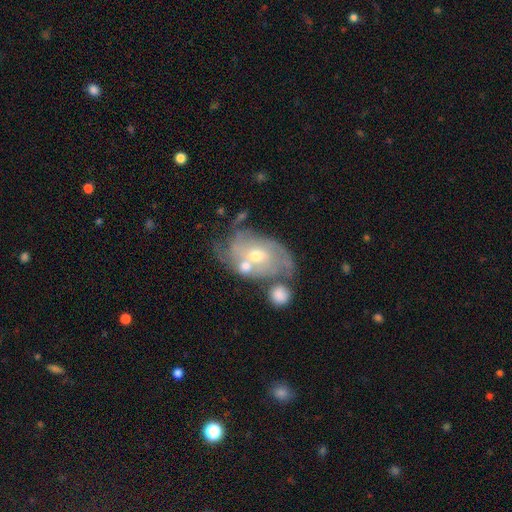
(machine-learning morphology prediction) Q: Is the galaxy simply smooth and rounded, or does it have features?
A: featured or disk — 70%.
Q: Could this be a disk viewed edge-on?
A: no — 95%.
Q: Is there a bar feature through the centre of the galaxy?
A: no — 72%.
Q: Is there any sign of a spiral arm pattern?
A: yes — 75%.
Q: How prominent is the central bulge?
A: moderate — 48%.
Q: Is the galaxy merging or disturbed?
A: none — 37%.